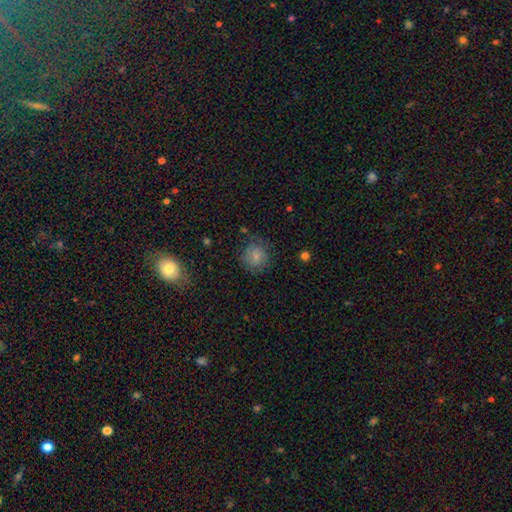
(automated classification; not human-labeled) Overall: smooth (63%; featured or disk 27%). How rounded: round (83%). Merging: none (70%).